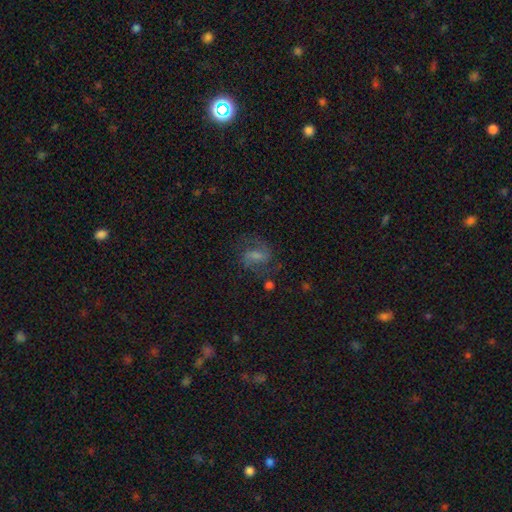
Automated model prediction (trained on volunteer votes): Smooth or featured? Predicted: featured or disk (p=0.61). Edge-on disk? Predicted: no (p=0.96). Bar? Predicted: weak (p=0.46). Spiral arms? Predicted: yes (p=0.88). Spiral winding? Predicted: medium (p=0.48). Spiral arm count? Predicted: 2 (p=0.84). Bulge size? Predicted: moderate (p=0.30). Merging? Predicted: none (p=0.65).